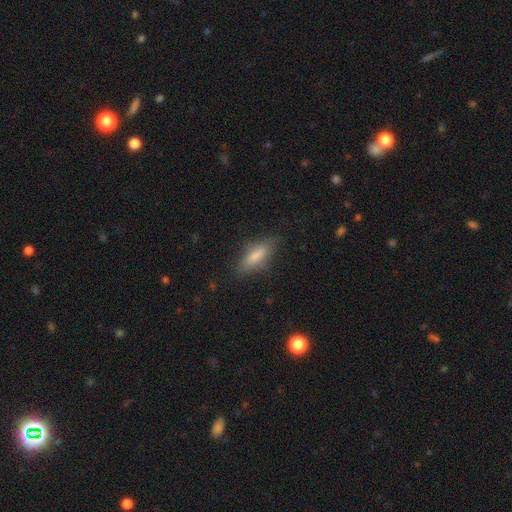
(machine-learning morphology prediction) A smooth galaxy with no disk features (74%) that is in between round and cigar-shaped (54%).

Vote fractions:
- Smooth or featured? smooth: 74% / featured or disk: 19% / star or artifact: 8%
- How rounded? in between: 54% / cigar-shaped: 44% / round: 2%
- Merging? none: 76% / minor disturbance: 17% / major disturbance: 5% / merger: 1%